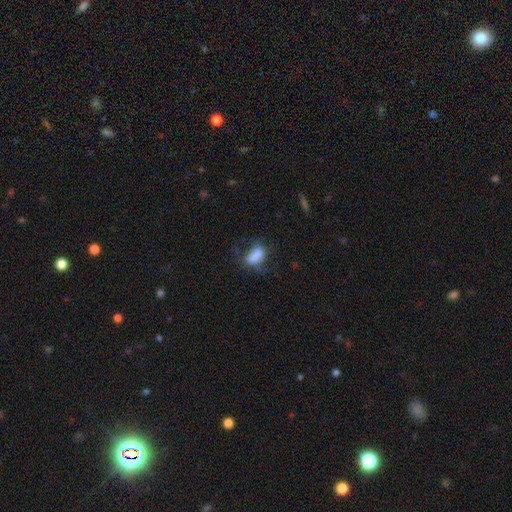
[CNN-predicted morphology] Smooth or featured? smooth (75%)
How rounded? in between (83%)
Merging? none (43%)